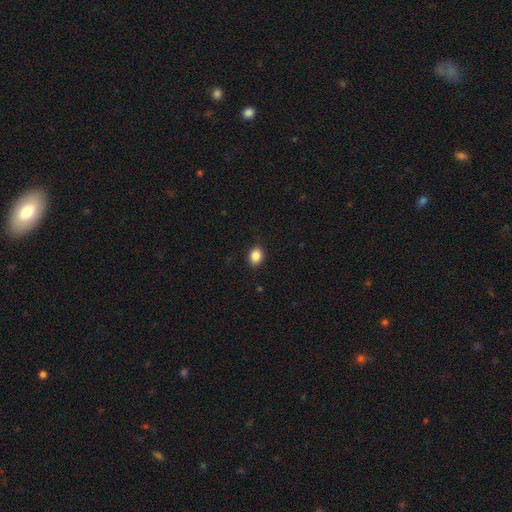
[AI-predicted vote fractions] This appears to be a smooth galaxy with no disk features (87%) that is in between round and cigar-shaped (61%). Merging: none (89%).